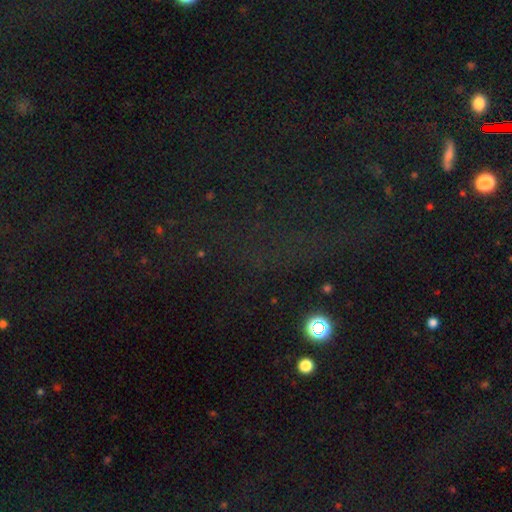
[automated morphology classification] The model was most divided on "smooth or featured": star or artifact: 70%, smooth: 19%, featured or disk: 11%.